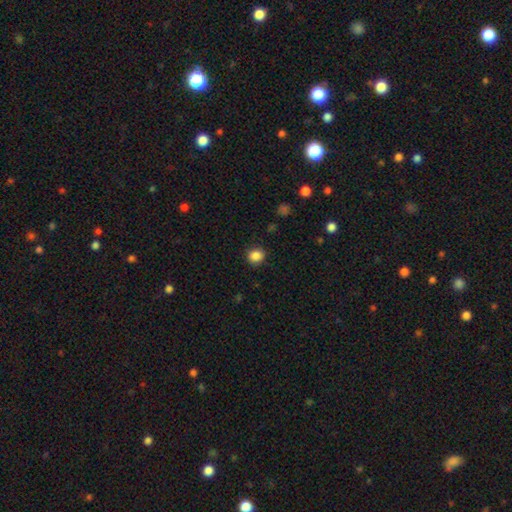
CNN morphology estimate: Smooth or featured? Predicted: smooth (p=0.86). How rounded? Predicted: round (p=0.86). Merging? Predicted: none (p=0.89).